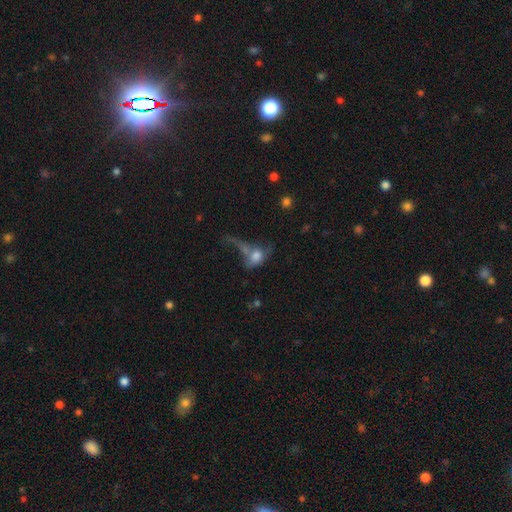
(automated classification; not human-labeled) Smooth or featured? smooth (63%)
How rounded? in between (67%)
Merging? major disturbance (38%)